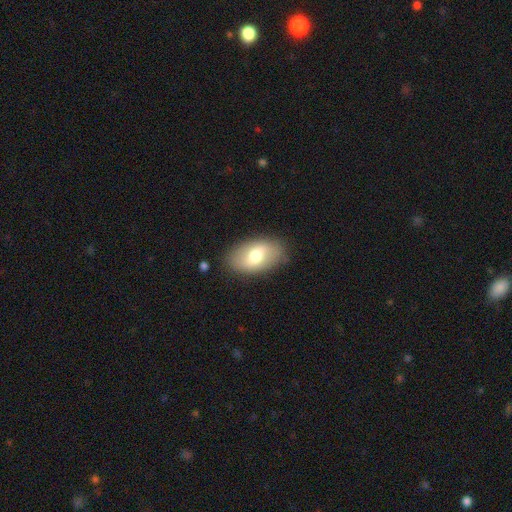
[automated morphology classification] Q: Smooth or featured?
A: smooth (64%); runner-up: featured or disk (30%)
Q: How rounded?
A: in between (91%); runner-up: round (7%)
Q: Merging?
A: none (84%); runner-up: minor disturbance (12%)